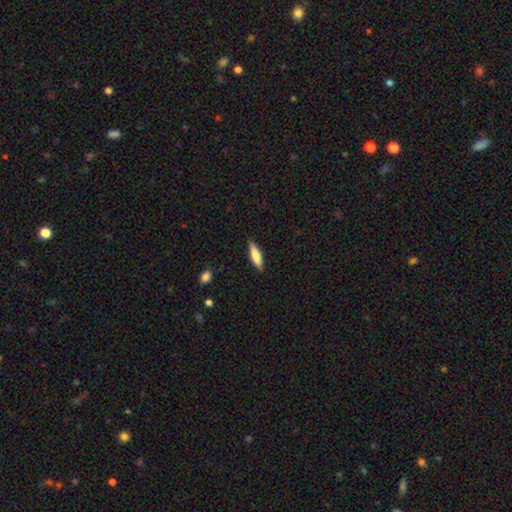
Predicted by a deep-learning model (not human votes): The model was most divided on "how rounded": cigar-shaped: 64%, in between: 34%, round: 2%. More confident: merging — none (86%); smooth or featured — smooth (72%).